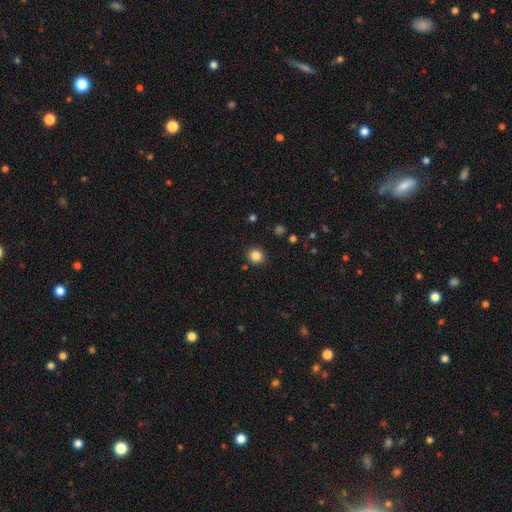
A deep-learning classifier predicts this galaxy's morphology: Smooth or featured?
  - smooth: 84% *
  - star or artifact: 11%
  - featured or disk: 4%
How rounded?
  - round: 87% *
  - in between: 12%
  - cigar-shaped: 1%
Merging?
  - none: 90% *
  - minor disturbance: 6%
  - major disturbance: 2%
  - merger: 2%